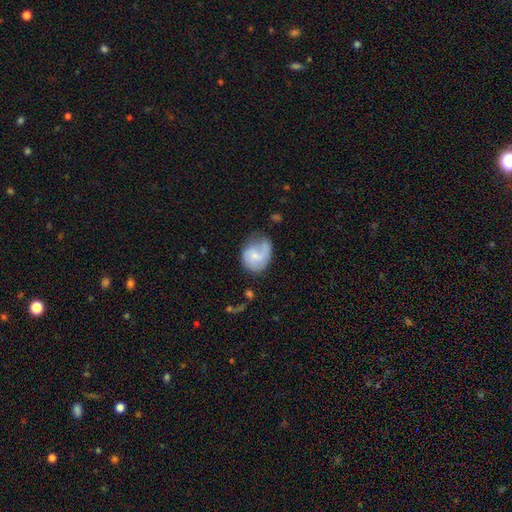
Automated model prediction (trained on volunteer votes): Q: Smooth or featured?
A: featured or disk (51%); runner-up: smooth (42%)
Q: Edge-on disk?
A: no (98%); runner-up: yes (2%)
Q: Merging?
A: none (40%); runner-up: minor disturbance (32%)